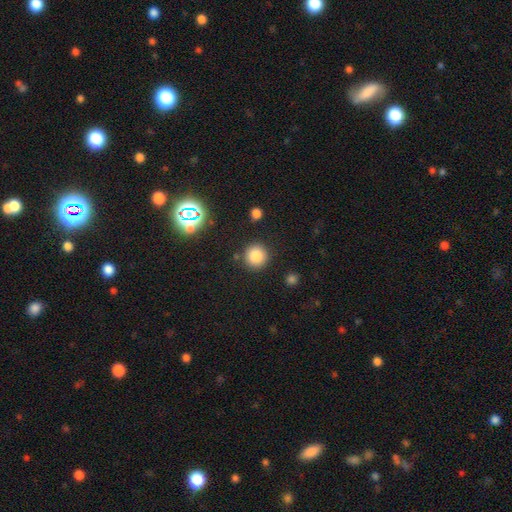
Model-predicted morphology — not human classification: smooth_or_featured: smooth (p=0.82) [alt: star or artifact p=0.12]
how_rounded: round (p=0.94) [alt: in between p=0.05]
merging: none (p=0.88) [alt: minor disturbance p=0.07]